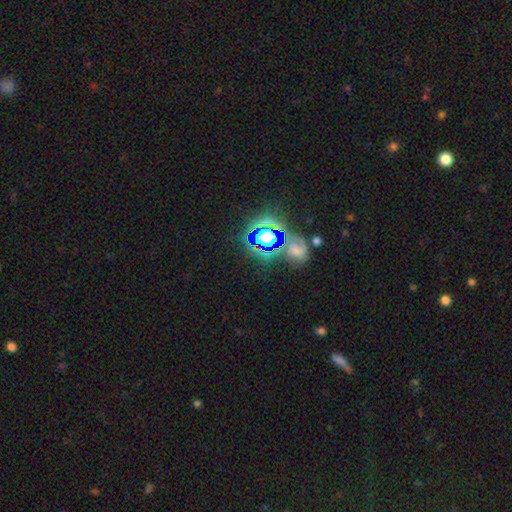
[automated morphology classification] star or artifact 81%, smooth 12%, featured or disk 7%.